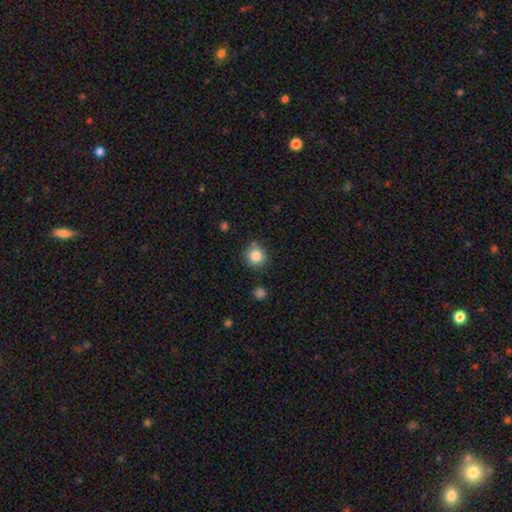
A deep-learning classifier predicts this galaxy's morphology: Overall: smooth (85%). How rounded: round (92%). Merging: none (84%).